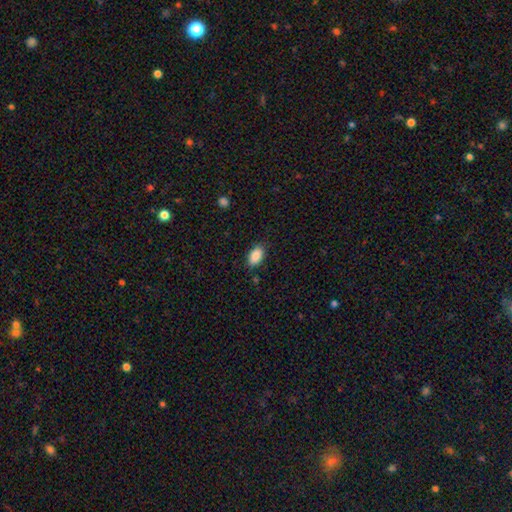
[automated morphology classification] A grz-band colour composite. It shows a smooth galaxy with no disk features (89%) that is in between round and cigar-shaped (92%). Merging: none (85%).